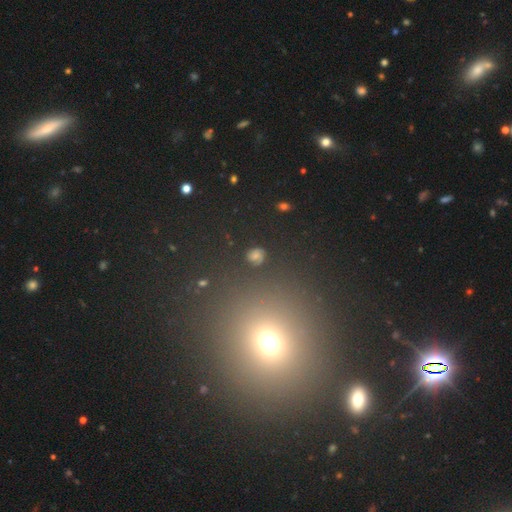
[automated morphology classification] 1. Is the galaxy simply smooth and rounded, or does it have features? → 53% smooth, 38% star or artifact, 9% featured or disk.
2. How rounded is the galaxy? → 73% round, 24% in between, 3% cigar-shaped.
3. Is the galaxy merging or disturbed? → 84% none, 7% minor disturbance, 5% merger, 4% major disturbance.